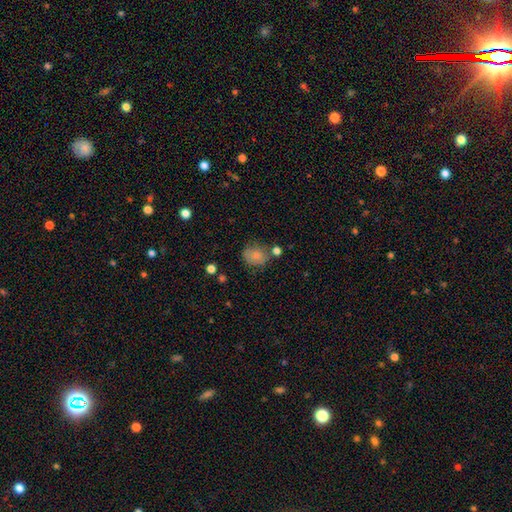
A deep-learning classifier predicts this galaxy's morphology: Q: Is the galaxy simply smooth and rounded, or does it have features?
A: smooth — 81%.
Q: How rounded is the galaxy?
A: round — 60%.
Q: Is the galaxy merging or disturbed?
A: none — 59%.